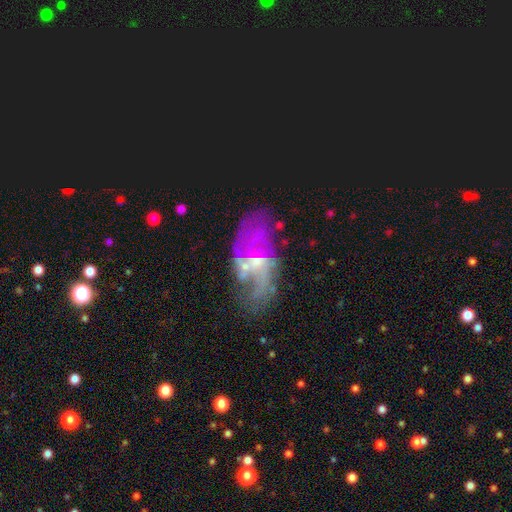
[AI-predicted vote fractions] smooth_or_featured: featured or disk (p=0.73) [alt: smooth p=0.16]
disk_edge_on: no (p=0.94) [alt: yes p=0.06]
bar: weak (p=0.49) [alt: no p=0.35]
has_spiral_arms: yes (p=0.68) [alt: no p=0.32]
bulge_size: small (p=0.60) [alt: moderate p=0.21]
merging: none (p=0.50) [alt: minor disturbance p=0.21]